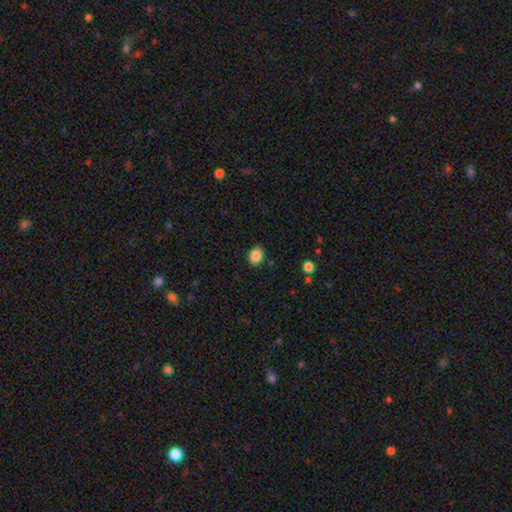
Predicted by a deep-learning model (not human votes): Smooth or featured? smooth (87%)
How rounded? in between (58%)
Merging? none (86%)